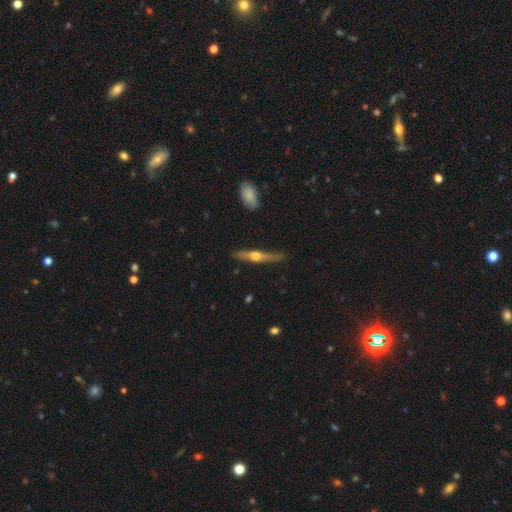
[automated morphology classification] Smooth or featured? Predicted: featured or disk (p=0.67). Edge-on disk? Predicted: yes (p=0.96). Edge-on bulge? Predicted: rounded (p=0.93). Merging? Predicted: none (p=0.86).